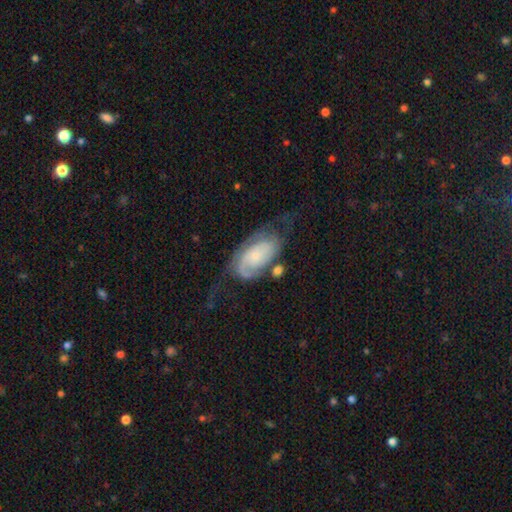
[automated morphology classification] Smooth or featured? featured or disk (71%)
Edge-on disk? no (95%)
Bar? no (73%)
Spiral arms? yes (88%)
Spiral winding? tight (45%)
Spiral arm count? 2 (55%)
Bulge size? small (64%)
Merging? none (43%)